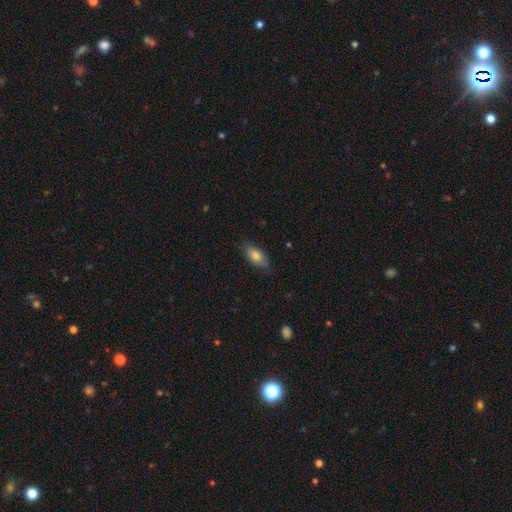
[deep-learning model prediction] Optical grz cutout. It shows a smooth galaxy with no disk features (75%) that is in between round and cigar-shaped (87%). Merging: none (75%).